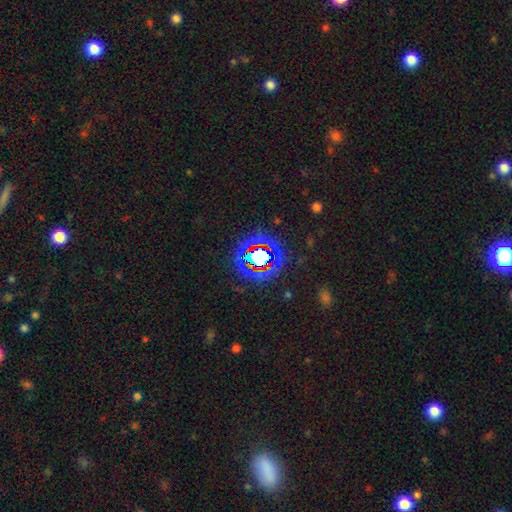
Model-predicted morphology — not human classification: Smooth or featured? star or artifact (78%)